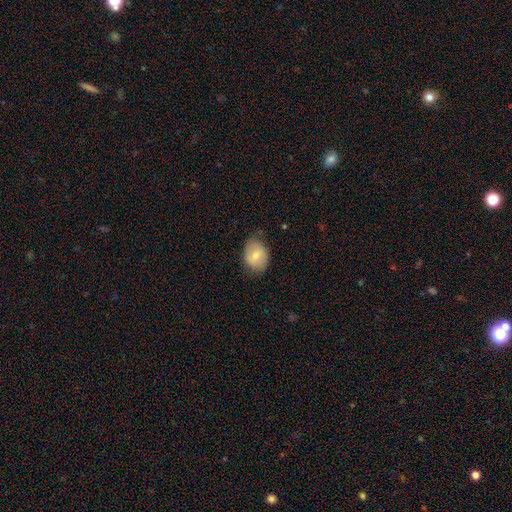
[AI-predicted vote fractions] Smooth or featured? smooth (72%)
How rounded? in between (66%)
Merging? none (76%)